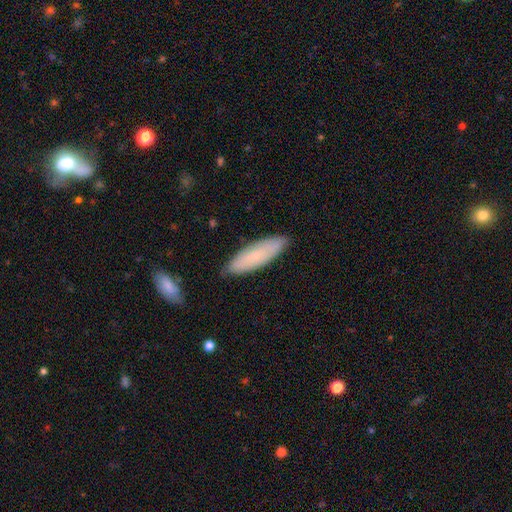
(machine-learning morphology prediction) smooth 75%, featured or disk 19%, star or artifact 6%. Down the decision tree: how rounded — cigar-shaped (53%); merging — none (84%).